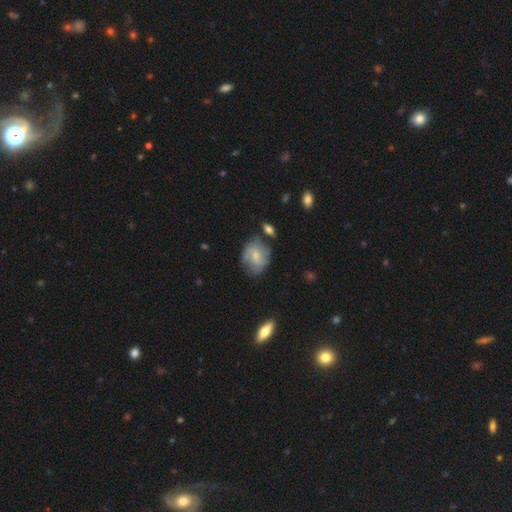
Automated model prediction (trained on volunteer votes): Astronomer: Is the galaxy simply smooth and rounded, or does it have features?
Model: smooth — 49% (runner-up: featured or disk, 43%).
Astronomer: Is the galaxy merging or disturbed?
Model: none — 58%.